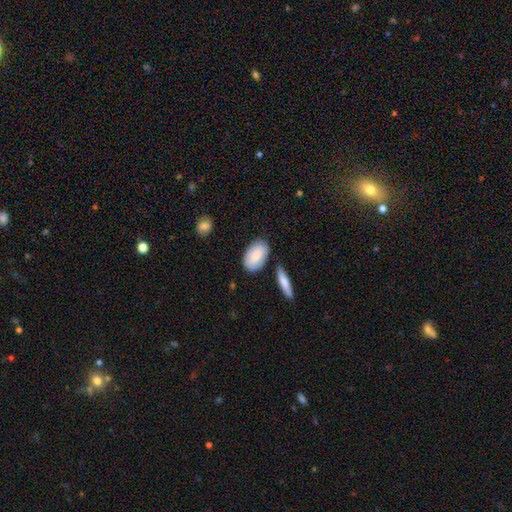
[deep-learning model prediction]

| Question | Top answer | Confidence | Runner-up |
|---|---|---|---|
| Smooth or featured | smooth | 85% | featured or disk (10%) |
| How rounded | in between | 93% | round (5%) |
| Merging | none | 76% | minor disturbance (15%) |